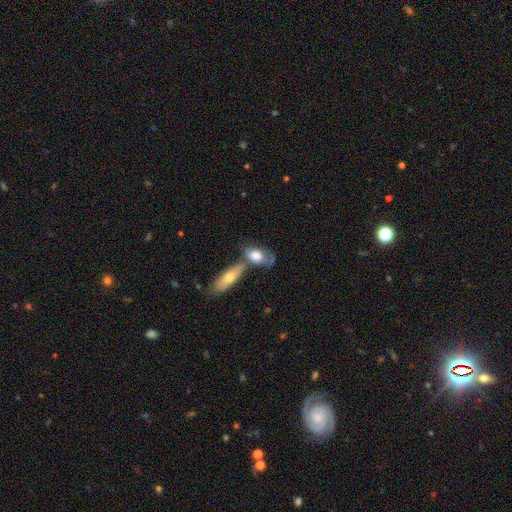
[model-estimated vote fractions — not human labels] Q: Smooth or featured?
A: smooth (68%); runner-up: featured or disk (26%)
Q: How rounded?
A: in between (83%); runner-up: cigar-shaped (9%)
Q: Merging?
A: merger (43%); runner-up: none (33%)